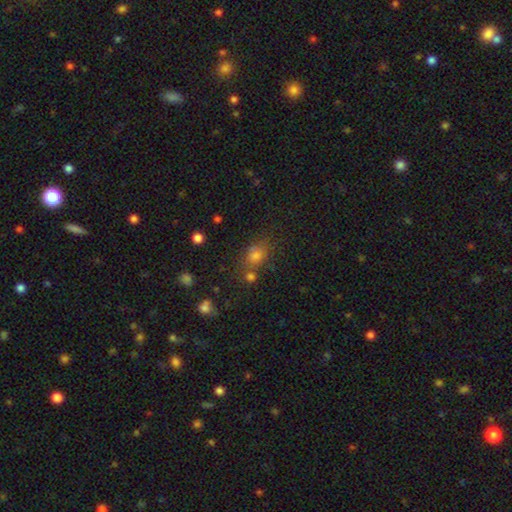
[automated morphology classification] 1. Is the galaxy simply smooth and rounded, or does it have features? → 70% smooth, 21% star or artifact, 9% featured or disk.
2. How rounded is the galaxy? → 50% round, 48% in between, 2% cigar-shaped.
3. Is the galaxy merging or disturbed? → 62% none, 18% merger, 15% minor disturbance, 6% major disturbance.